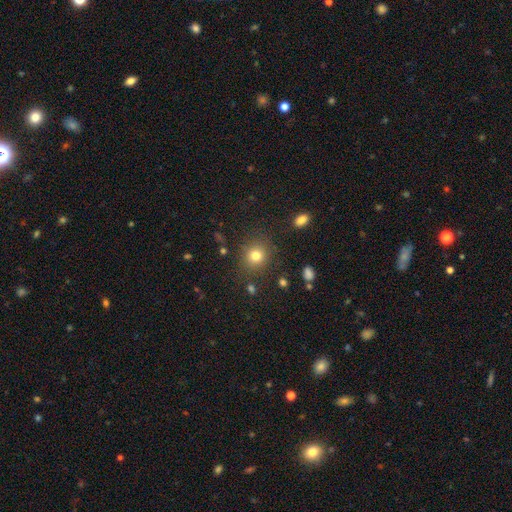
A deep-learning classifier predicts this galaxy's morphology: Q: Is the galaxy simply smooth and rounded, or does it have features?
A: smooth — 79%.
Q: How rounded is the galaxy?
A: round — 85%.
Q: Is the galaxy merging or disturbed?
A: none — 86%.